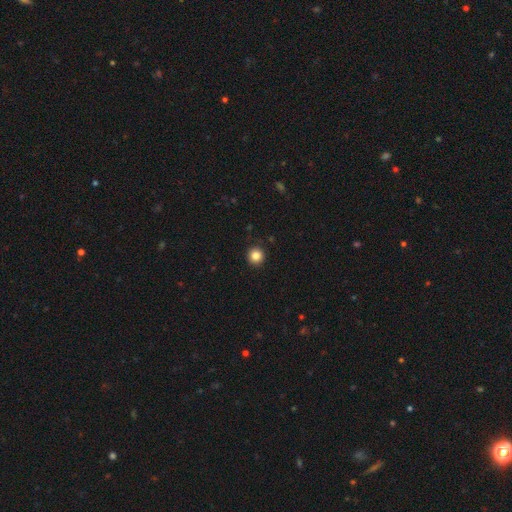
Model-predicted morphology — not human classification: Overall: smooth (84%). How rounded: round (95%). Merging: none (92%).